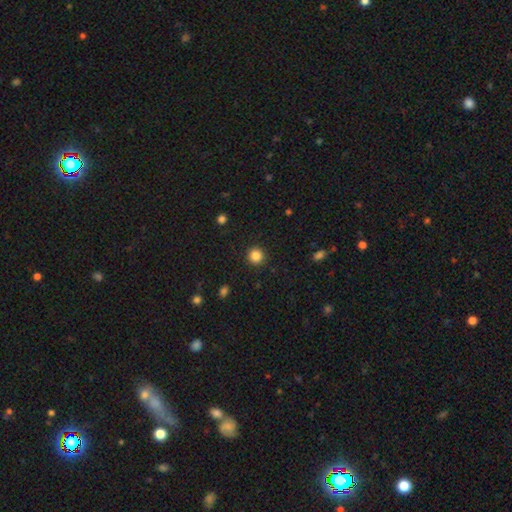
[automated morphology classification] type=smooth (85%); roundness=round (95%); merging=none (92%).